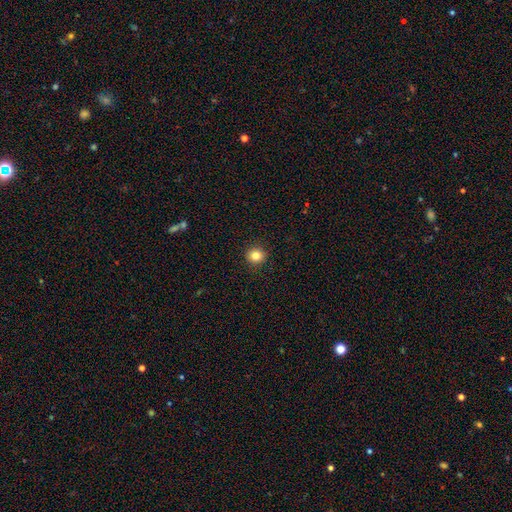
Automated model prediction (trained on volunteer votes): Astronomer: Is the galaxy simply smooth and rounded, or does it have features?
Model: smooth — 83%.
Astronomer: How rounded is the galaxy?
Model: round — 91%.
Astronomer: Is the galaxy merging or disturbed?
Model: none — 93%.